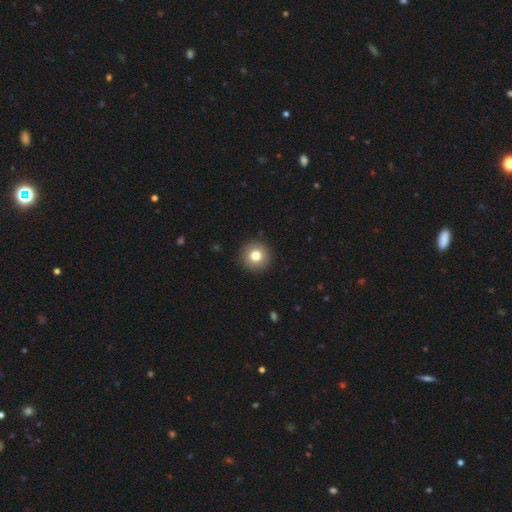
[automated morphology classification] Q: Smooth or featured?
A: smooth (79%); runner-up: featured or disk (11%)
Q: How rounded?
A: round (95%); runner-up: in between (4%)
Q: Merging?
A: none (92%); runner-up: minor disturbance (5%)